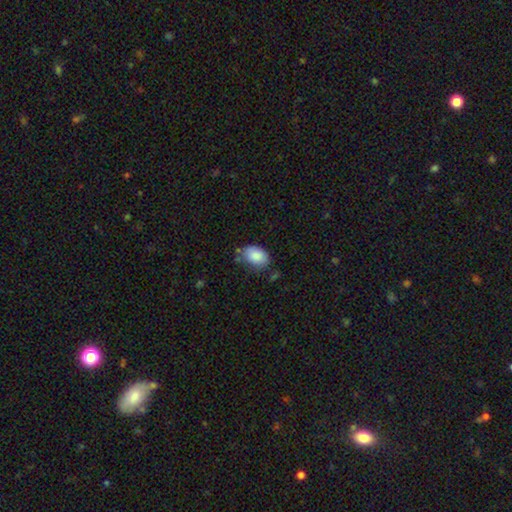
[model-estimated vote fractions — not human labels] Smooth or featured?
  - smooth: 86% *
  - star or artifact: 7%
  - featured or disk: 7%
How rounded?
  - in between: 84% *
  - round: 15%
  - cigar-shaped: 1%
Merging?
  - none: 64% *
  - minor disturbance: 26%
  - major disturbance: 6%
  - merger: 5%